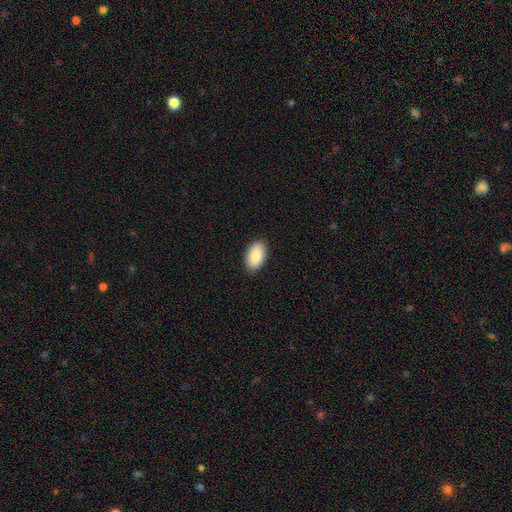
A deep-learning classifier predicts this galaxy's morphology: Overall: smooth (89%). How rounded: in between (95%). Merging: none (89%).